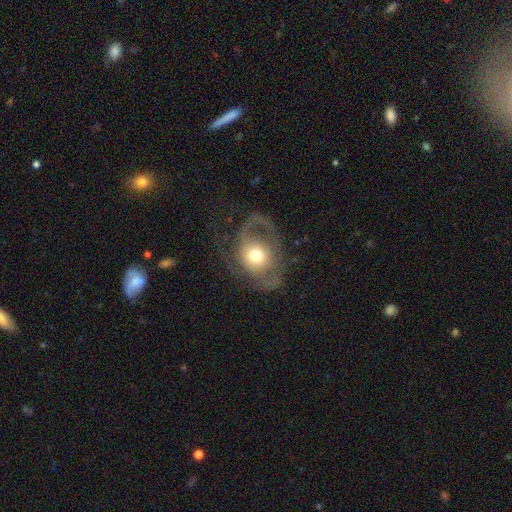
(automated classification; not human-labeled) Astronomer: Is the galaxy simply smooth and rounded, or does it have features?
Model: featured or disk — 53% (runner-up: smooth, 40%).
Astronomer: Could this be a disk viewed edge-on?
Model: no — 95%.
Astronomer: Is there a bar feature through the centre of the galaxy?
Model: no — 81%.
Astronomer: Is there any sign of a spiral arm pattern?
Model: yes — 57% (runner-up: no, 43%).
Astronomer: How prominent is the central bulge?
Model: moderate — 63%.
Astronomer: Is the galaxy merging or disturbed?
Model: major disturbance — 43% (runner-up: none, 36%).